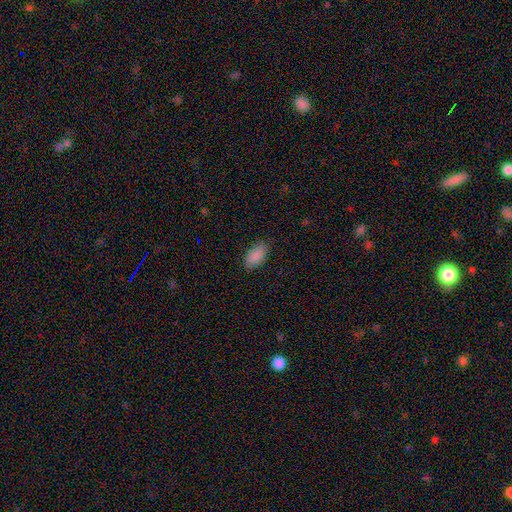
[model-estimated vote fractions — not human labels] Overall: smooth (89%). How rounded: in between (94%). Merging: none (83%).